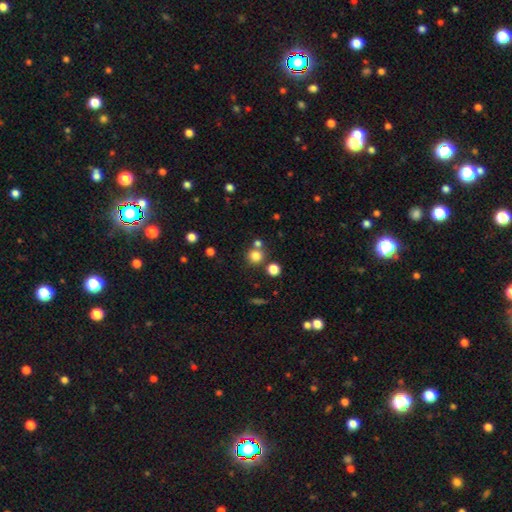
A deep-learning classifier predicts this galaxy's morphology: Smooth or featured? Predicted: smooth (p=0.80). How rounded? Predicted: round (p=0.90). Merging? Predicted: none (p=0.68).